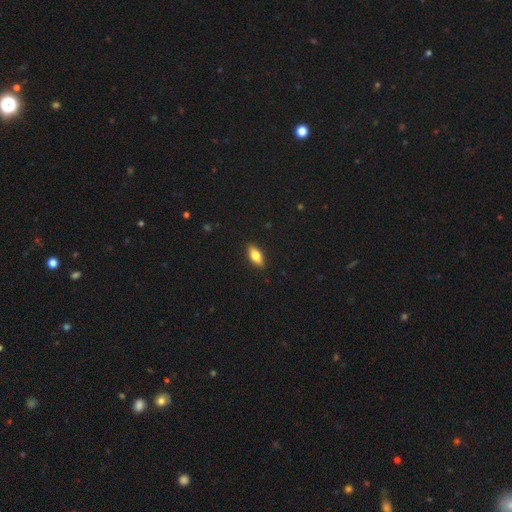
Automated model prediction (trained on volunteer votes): A smooth galaxy with no disk features (68%) that is in between round and cigar-shaped (77%).

Vote fractions:
- Smooth or featured? smooth: 68% / featured or disk: 25% / star or artifact: 7%
- How rounded? in between: 77% / cigar-shaped: 20% / round: 3%
- Merging? none: 90% / minor disturbance: 8% / major disturbance: 2% / merger: 1%